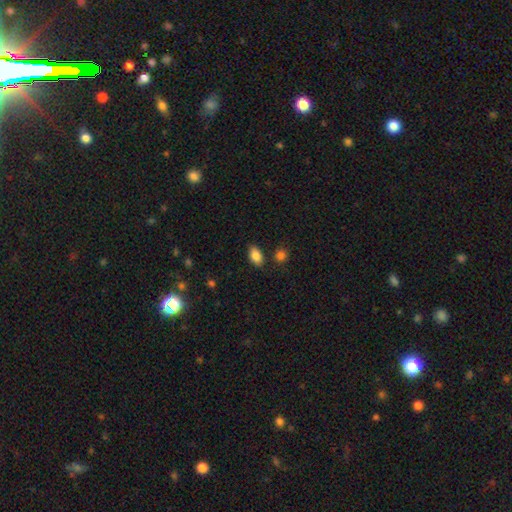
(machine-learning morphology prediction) smooth_or_featured: smooth (p=0.85) [alt: star or artifact p=0.08]
how_rounded: in between (p=0.91) [alt: round p=0.07]
merging: none (p=0.83) [alt: minor disturbance p=0.10]